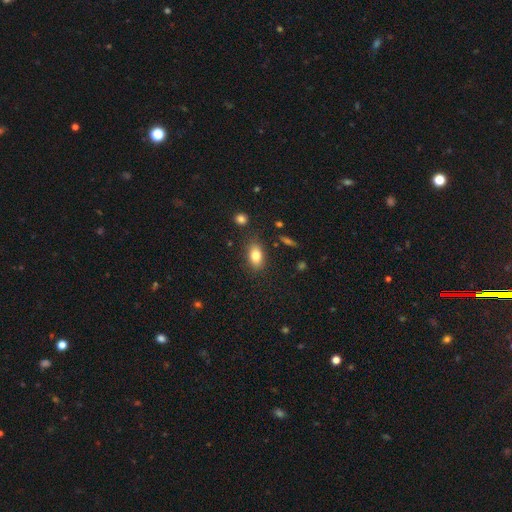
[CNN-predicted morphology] smooth_or_featured: smooth (p=0.81) [alt: featured or disk p=0.10]
how_rounded: in between (p=0.84) [alt: round p=0.13]
merging: none (p=0.83) [alt: minor disturbance p=0.12]